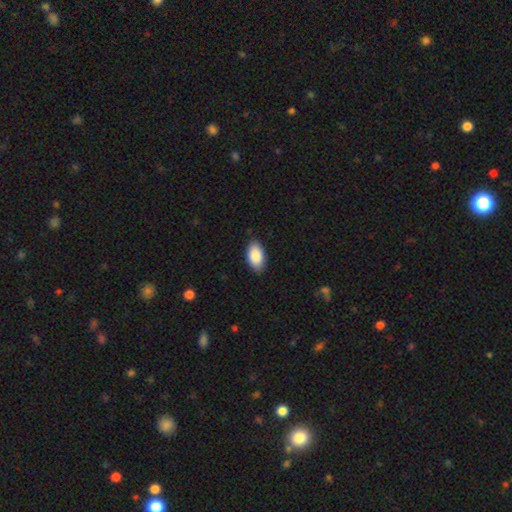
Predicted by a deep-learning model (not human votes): Q: Smooth or featured?
A: smooth (88%); runner-up: featured or disk (6%)
Q: How rounded?
A: in between (95%); runner-up: round (3%)
Q: Merging?
A: none (85%); runner-up: minor disturbance (12%)